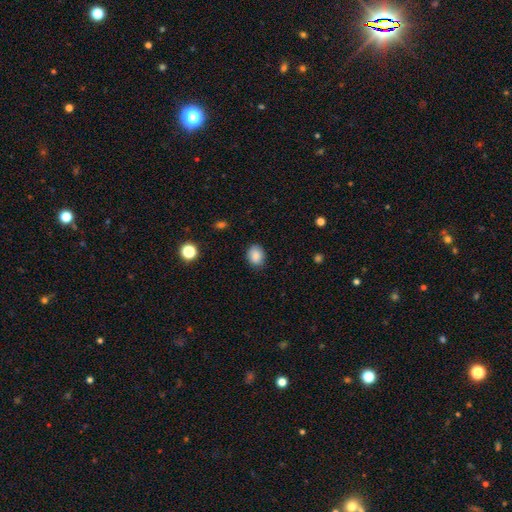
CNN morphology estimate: Smooth or featured: smooth — 86% (star or artifact — 9%)
How rounded: in between — 51% (round — 48%)
Merging: none — 83% (minor disturbance — 13%)